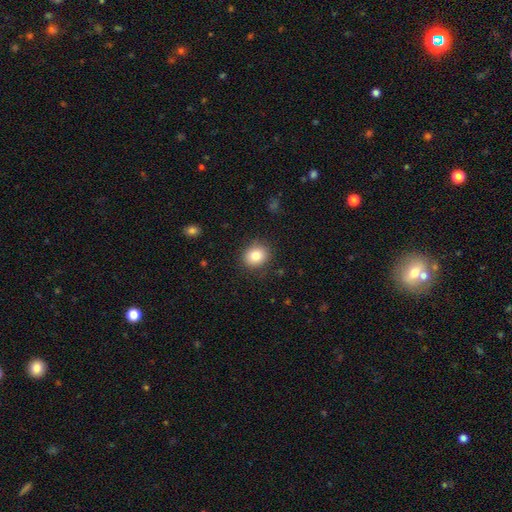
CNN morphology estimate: Smooth or featured? Predicted: smooth (p=0.82). How rounded? Predicted: round (p=0.71). Merging? Predicted: none (p=0.87).